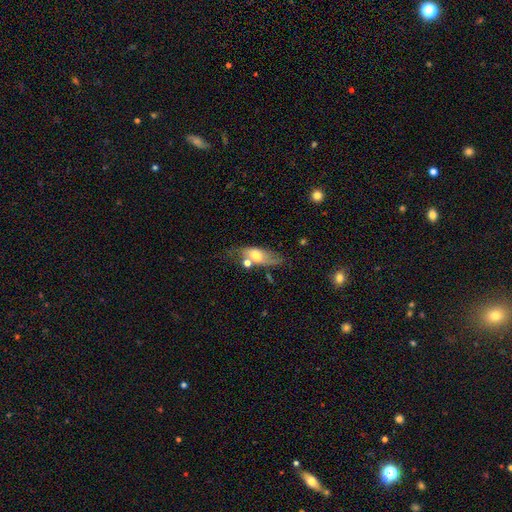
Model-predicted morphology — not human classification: A smooth galaxy with no disk features (55%) that is in between round and cigar-shaped (78%). Merging: none (48%).